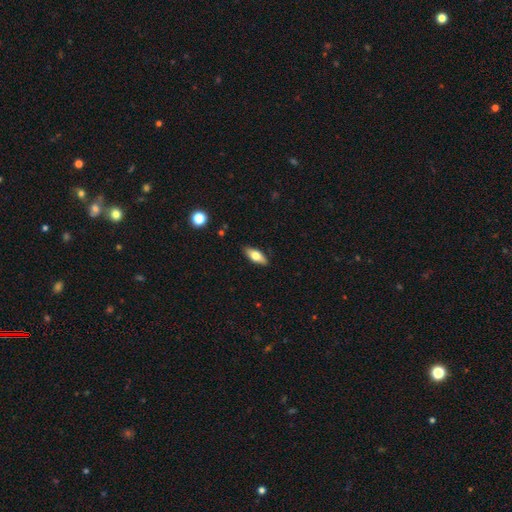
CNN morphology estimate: type=smooth (63%); roundness=in between (72%); merging=none (87%).